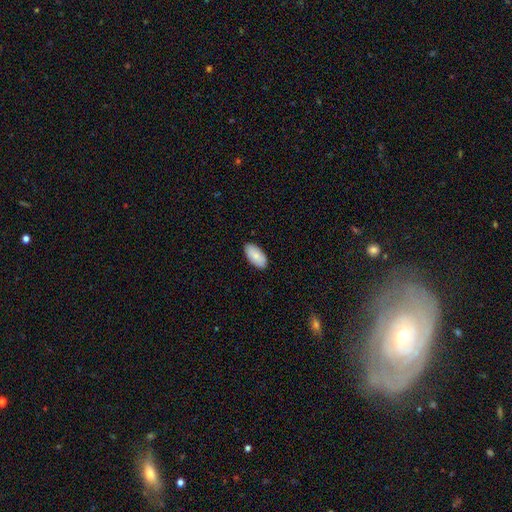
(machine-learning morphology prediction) smooth-or-featured: smooth: 86% | featured or disk: 9% | star or artifact: 6%
  how-rounded: in between: 95% | cigar-shaped: 3% | round: 2%
  merging: none: 88% | minor disturbance: 9% | major disturbance: 2% | merger: 1%